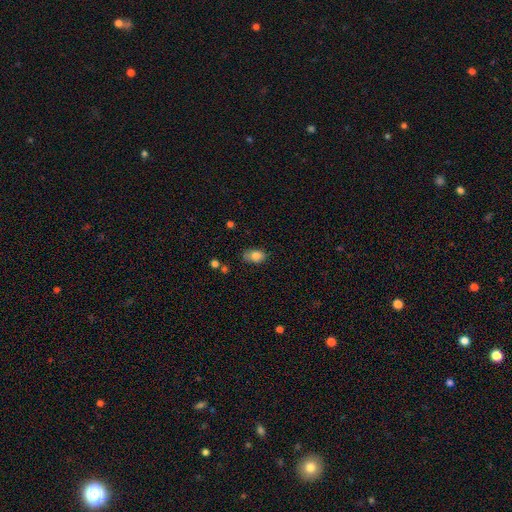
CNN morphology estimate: Smooth or featured?
  - smooth: 83% *
  - star or artifact: 9%
  - featured or disk: 8%
How rounded?
  - in between: 85% *
  - round: 13%
  - cigar-shaped: 2%
Merging?
  - none: 68% *
  - minor disturbance: 25%
  - major disturbance: 5%
  - merger: 2%